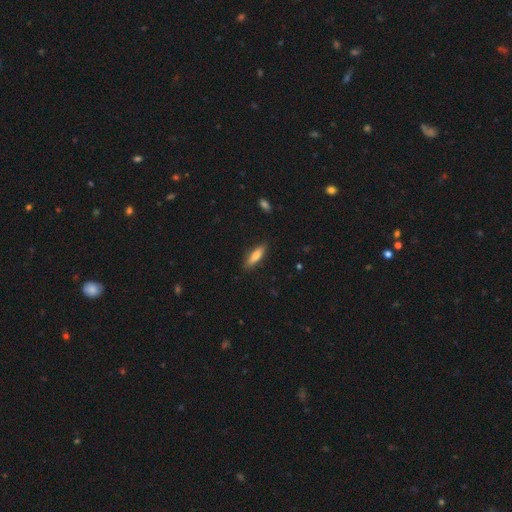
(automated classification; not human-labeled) A smooth galaxy with no disk features (76%) that is cigar-shaped (62%). Merging: none (86%).